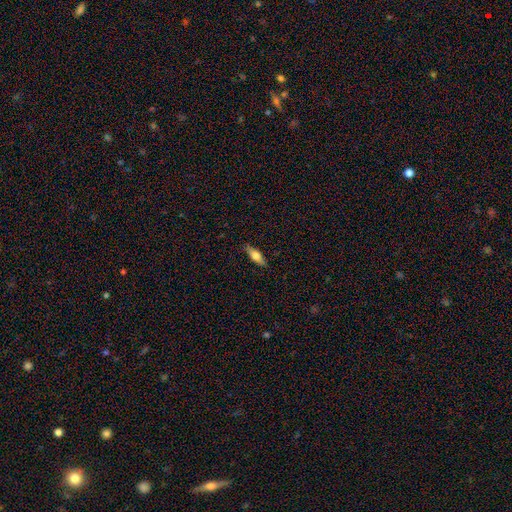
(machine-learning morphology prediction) Smooth or featured? Predicted: smooth (p=0.59). How rounded? Predicted: in between (p=0.52). Merging? Predicted: none (p=0.85).